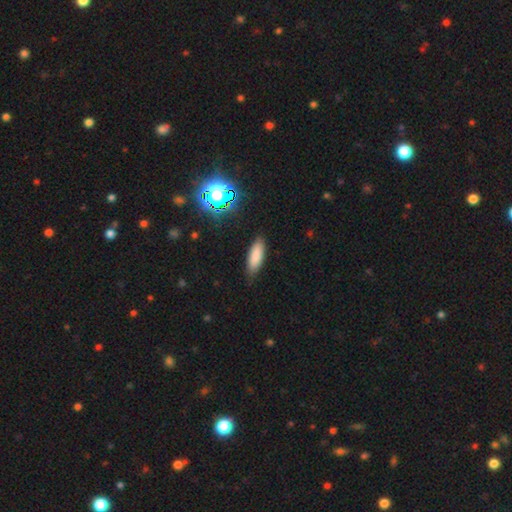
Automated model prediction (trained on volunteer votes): This appears to be a smooth galaxy with no disk features (82%) that is in between round and cigar-shaped (64%). Merging: none (84%).